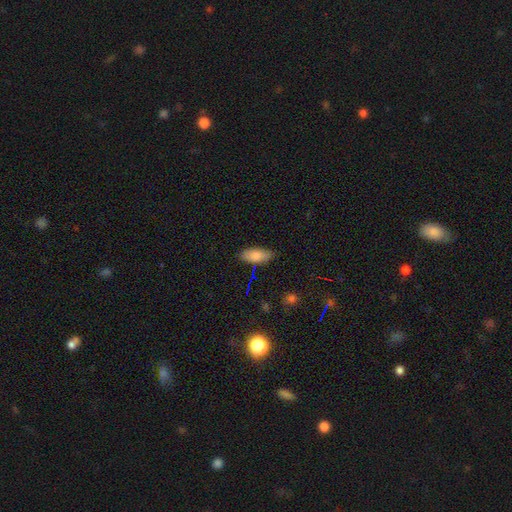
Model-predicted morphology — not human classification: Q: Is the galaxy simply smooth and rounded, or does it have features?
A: smooth — 81%.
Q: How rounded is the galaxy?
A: in between — 86%.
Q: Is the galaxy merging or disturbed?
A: none — 77%.